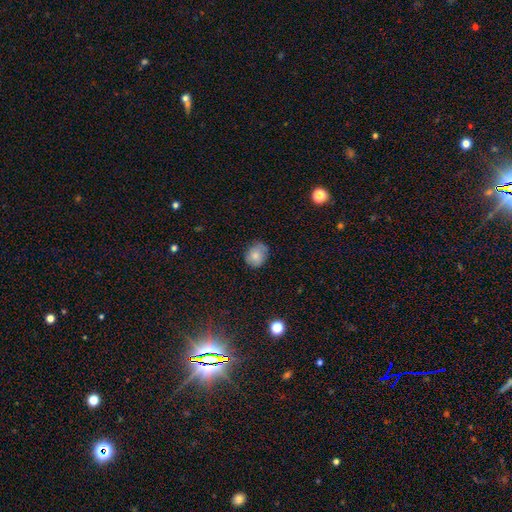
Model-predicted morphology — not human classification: Smooth or featured?
  - smooth: 77% *
  - featured or disk: 14%
  - star or artifact: 9%
How rounded?
  - round: 60% *
  - in between: 39%
  - cigar-shaped: 1%
Merging?
  - none: 72% *
  - minor disturbance: 22%
  - major disturbance: 4%
  - merger: 1%